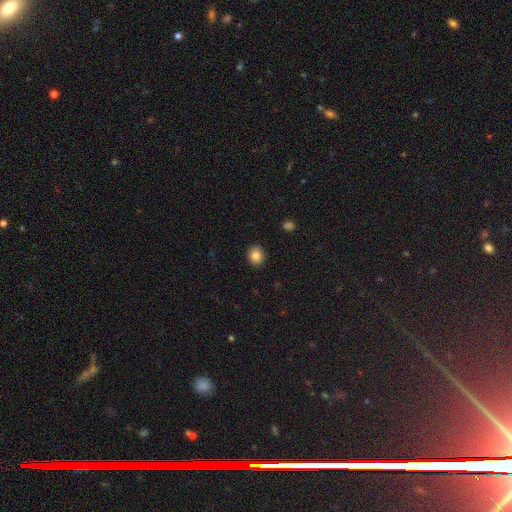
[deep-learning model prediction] smooth 85%, star or artifact 9%, featured or disk 6%. Down the decision tree: how rounded — round (72%); merging — none (91%).